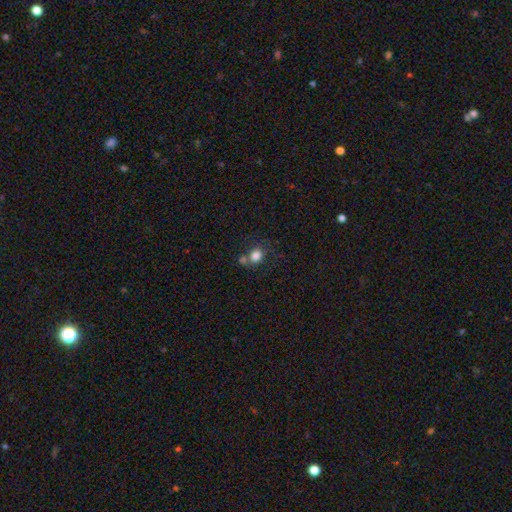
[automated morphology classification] Smooth or featured?
  - smooth: 81% *
  - star or artifact: 11%
  - featured or disk: 8%
How rounded?
  - round: 68% *
  - in between: 31%
  - cigar-shaped: 1%
Merging?
  - none: 50% *
  - merger: 32%
  - minor disturbance: 12%
  - major disturbance: 6%